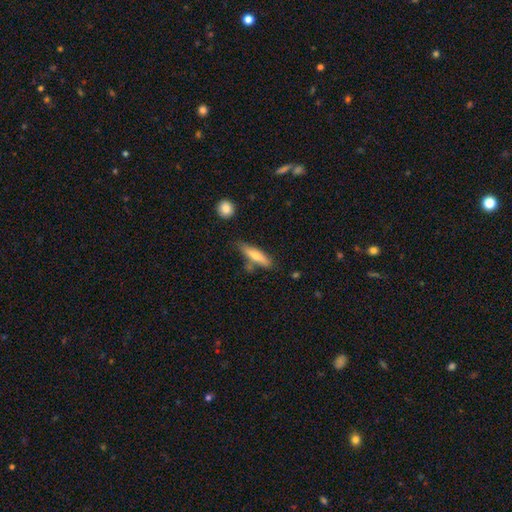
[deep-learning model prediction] Smooth or featured: smooth — 61% (featured or disk — 32%)
How rounded: cigar-shaped — 73% (in between — 25%)
Merging: none — 68% (minor disturbance — 19%)